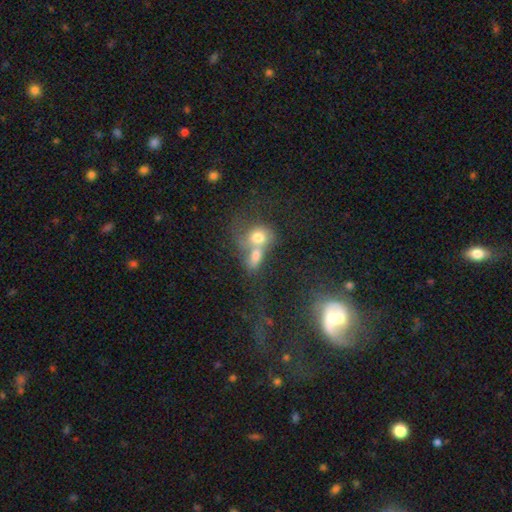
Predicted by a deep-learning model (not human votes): smooth 66%, featured or disk 23%, star or artifact 12%. Down the decision tree: how rounded — in between (56%); merging — merger (71%).